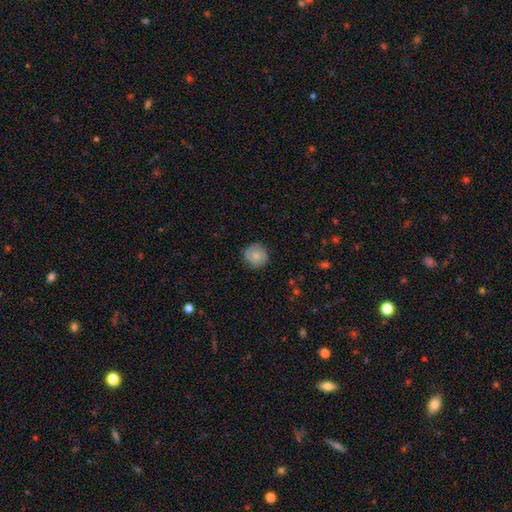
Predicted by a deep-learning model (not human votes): Smooth or featured? Predicted: smooth (p=0.57). How rounded? Predicted: round (p=0.90). Merging? Predicted: none (p=0.84).